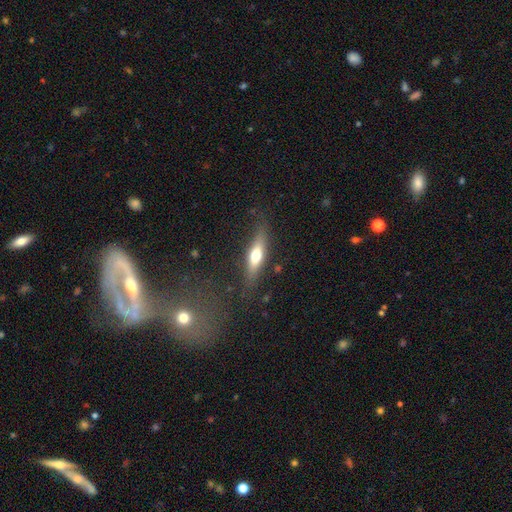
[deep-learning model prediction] smooth 52%, featured or disk 42%, star or artifact 6%. Down the decision tree: how rounded — cigar-shaped (63%); merging — none (79%).